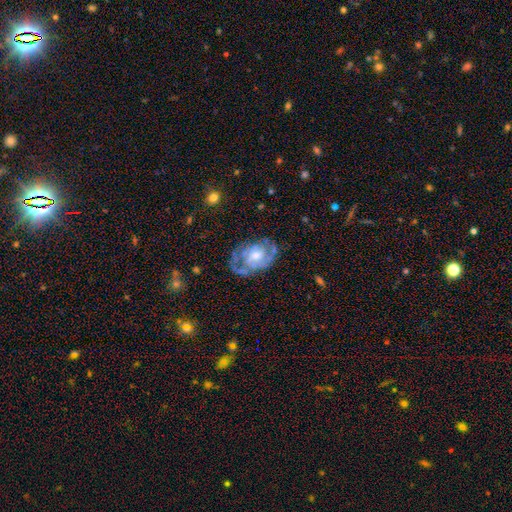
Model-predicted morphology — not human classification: featured or disk 77%, smooth 17%, star or artifact 6%. Down the decision tree: edge-on disk — no (96%); bar — no (68%); spiral arms — yes (79%); spiral arm count — 2 (38%); spiral winding — tight (48%); bulge size — moderate (55%); merging — none (57%).